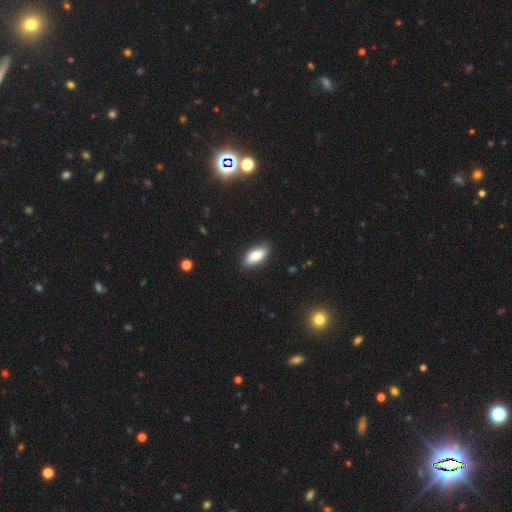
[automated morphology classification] Smooth or featured? smooth (80%)
How rounded? in between (83%)
Merging? none (84%)